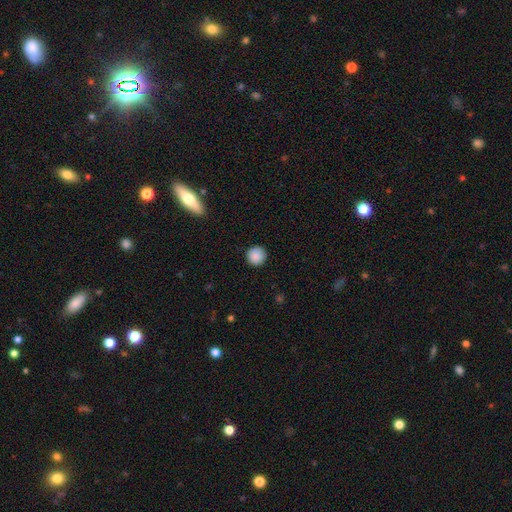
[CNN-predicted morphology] A smooth galaxy with no disk features (89%) that is round (95%). Merging: none (91%).